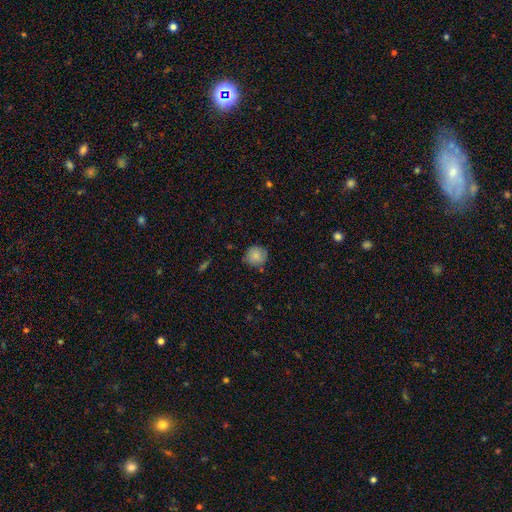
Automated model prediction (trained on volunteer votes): Smooth or featured? smooth (85%)
How rounded? round (90%)
Merging? none (80%)